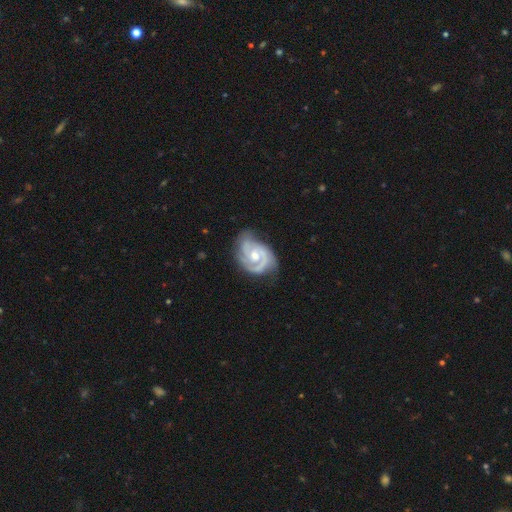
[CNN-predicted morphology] Smooth or featured?
  - featured or disk: 90% *
  - smooth: 6%
  - star or artifact: 4%
Edge-on disk?
  - no: 98% *
  - yes: 2%
Bar?
  - no: 62% *
  - weak: 32%
  - strong: 6%
Spiral arms?
  - yes: 97% *
  - no: 3%
Spiral winding?
  - tight: 56% *
  - medium: 37%
  - loose: 7%
Spiral arm count?
  - 2: 60% *
  - 3: 22%
  - can't tell: 8%
  - 1: 5%
  - 4: 3%
  - more than 4: 2%
Bulge size?
  - moderate: 67% *
  - small: 27%
  - large: 4%
  - none: 2%
  - dominant: 1%
Merging?
  - none: 63% *
  - minor disturbance: 25%
  - major disturbance: 10%
  - merger: 2%